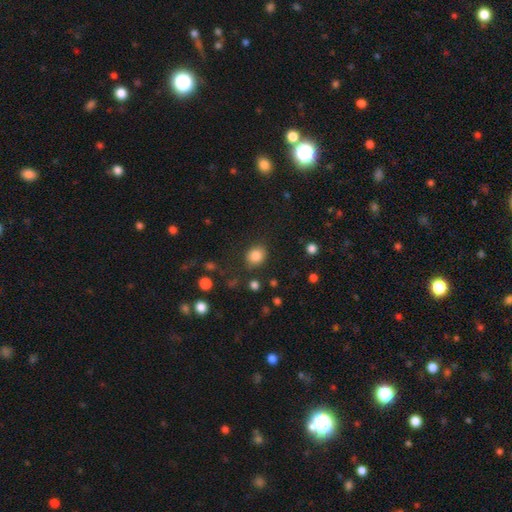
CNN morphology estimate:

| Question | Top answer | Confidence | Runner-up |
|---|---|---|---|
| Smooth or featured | smooth | 84% | star or artifact (10%) |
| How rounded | round | 63% | in between (36%) |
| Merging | none | 79% | minor disturbance (13%) |